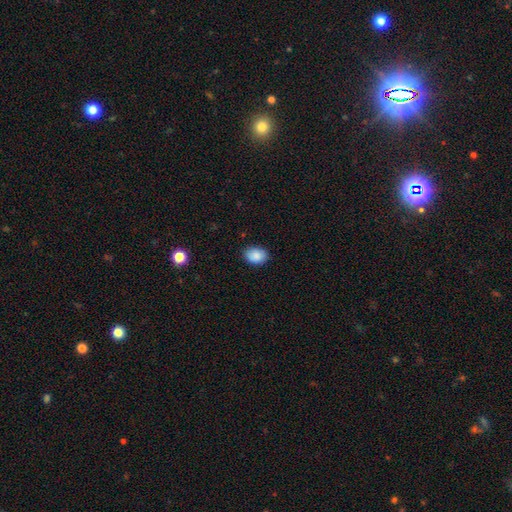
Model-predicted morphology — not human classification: smooth-or-featured: smooth: 88% | star or artifact: 8% | featured or disk: 5%
  how-rounded: in between: 71% | round: 28% | cigar-shaped: 1%
  merging: none: 85% | minor disturbance: 12% | major disturbance: 2% | merger: 1%